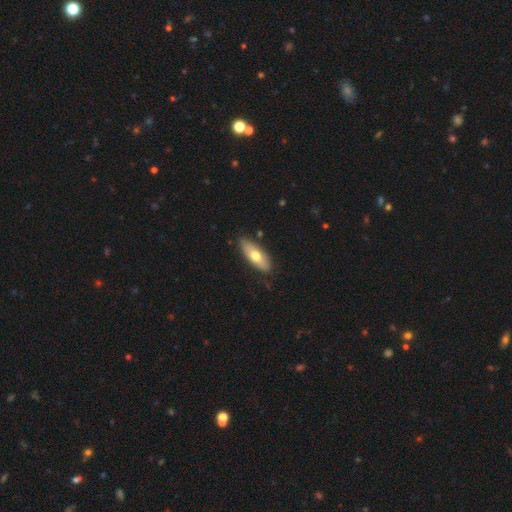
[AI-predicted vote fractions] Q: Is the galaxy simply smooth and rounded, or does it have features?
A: smooth — 63%.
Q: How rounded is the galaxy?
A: in between — 70%.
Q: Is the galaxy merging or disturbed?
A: none — 84%.